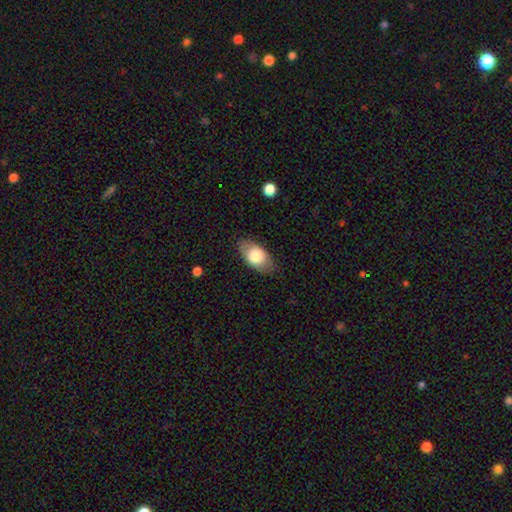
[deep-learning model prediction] smooth_or_featured: smooth (p=0.75) [alt: featured or disk p=0.19]
how_rounded: in between (p=0.91) [alt: round p=0.06]
merging: none (p=0.81) [alt: minor disturbance p=0.14]